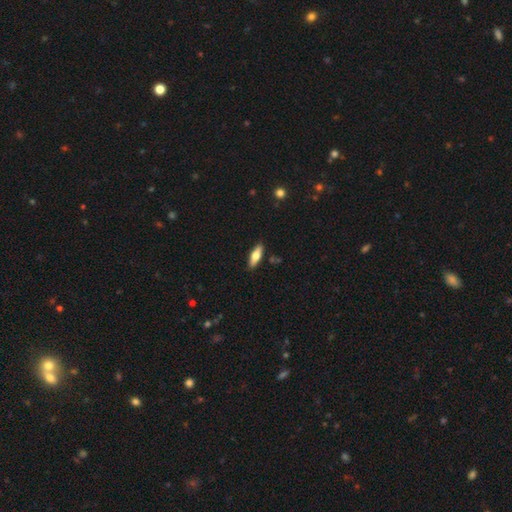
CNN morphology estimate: This is likely a smooth galaxy (66%). How rounded: possibly in between (57%). Merging: clearly none (87%).